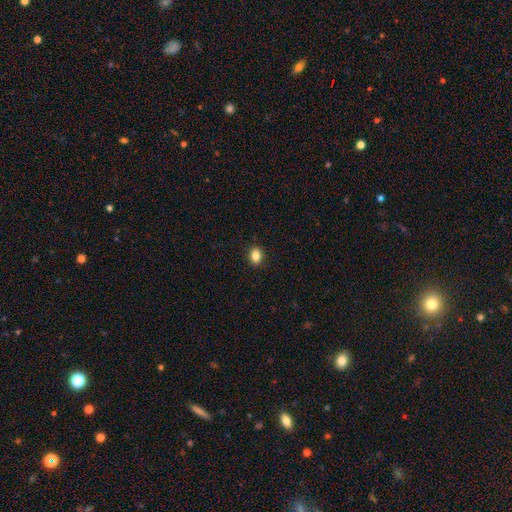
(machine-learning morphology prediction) smooth-or-featured: smooth: 85% | star or artifact: 10% | featured or disk: 5%
  how-rounded: in between: 67% | round: 32% | cigar-shaped: 1%
  merging: none: 90% | minor disturbance: 7% | major disturbance: 2% | merger: 1%